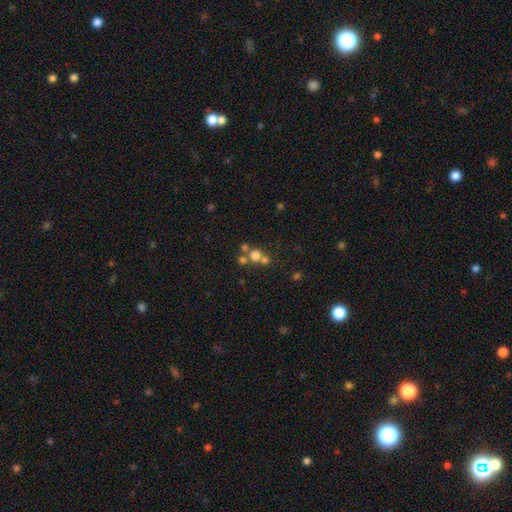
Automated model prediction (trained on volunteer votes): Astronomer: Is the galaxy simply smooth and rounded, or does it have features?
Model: smooth — 66%.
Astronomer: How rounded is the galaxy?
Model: round — 87%.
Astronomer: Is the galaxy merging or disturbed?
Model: none — 47% (runner-up: merger, 42%).